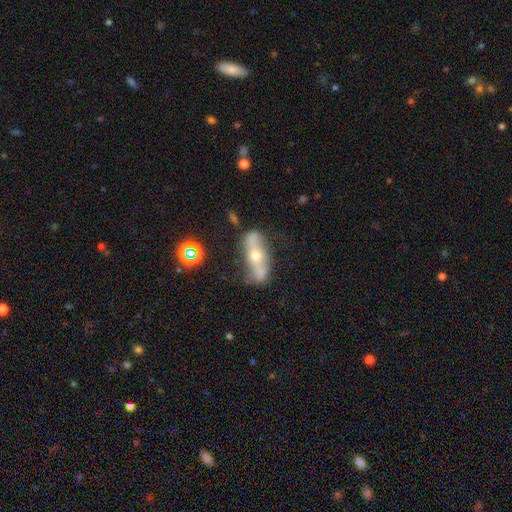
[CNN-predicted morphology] smooth-or-featured: featured or disk: 67% | smooth: 24% | star or artifact: 9%
  disk-edge-on: no: 61% | yes: 39%
  merging: none: 63% | minor disturbance: 22% | major disturbance: 9% | merger: 6%